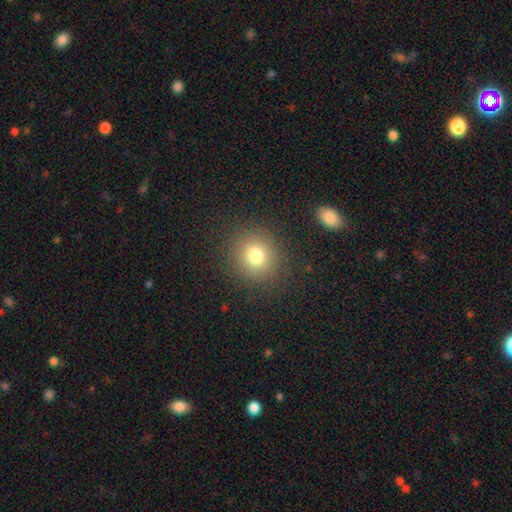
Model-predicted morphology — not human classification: Smooth or featured?
  - smooth: 77% *
  - star or artifact: 14%
  - featured or disk: 9%
How rounded?
  - round: 84% *
  - in between: 15%
  - cigar-shaped: 1%
Merging?
  - none: 88% *
  - minor disturbance: 8%
  - major disturbance: 4%
  - merger: 1%